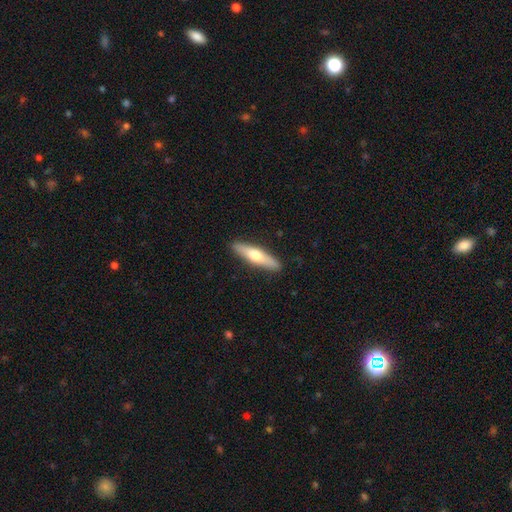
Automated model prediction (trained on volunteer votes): Q: Smooth or featured?
A: smooth (54%); runner-up: featured or disk (41%)
Q: How rounded?
A: cigar-shaped (80%); runner-up: in between (18%)
Q: Merging?
A: none (90%); runner-up: minor disturbance (8%)